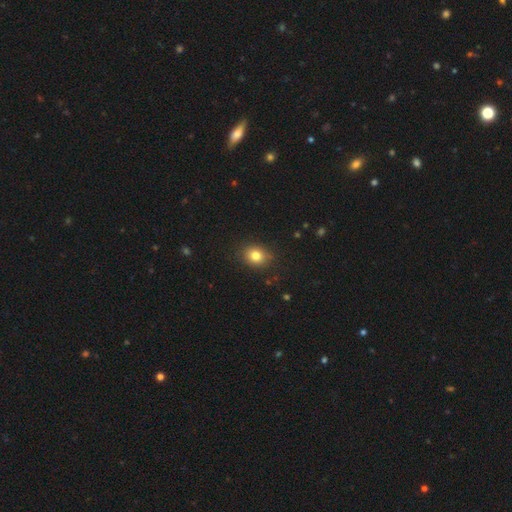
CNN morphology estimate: Q: Smooth or featured?
A: smooth (81%); runner-up: star or artifact (11%)
Q: How rounded?
A: round (58%); runner-up: in between (42%)
Q: Merging?
A: none (85%); runner-up: minor disturbance (11%)